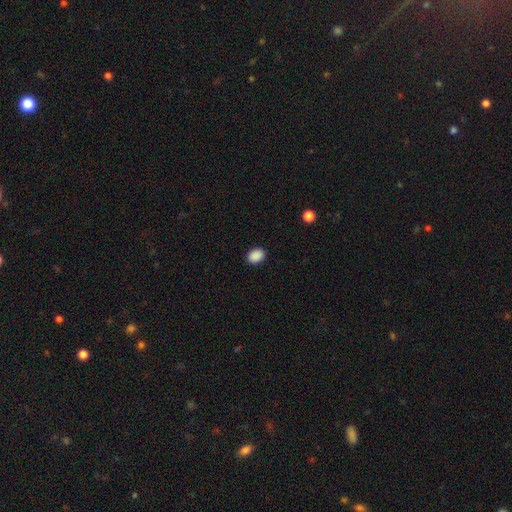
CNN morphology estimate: Overall: smooth (90%). How rounded: in between (72%). Merging: none (90%).